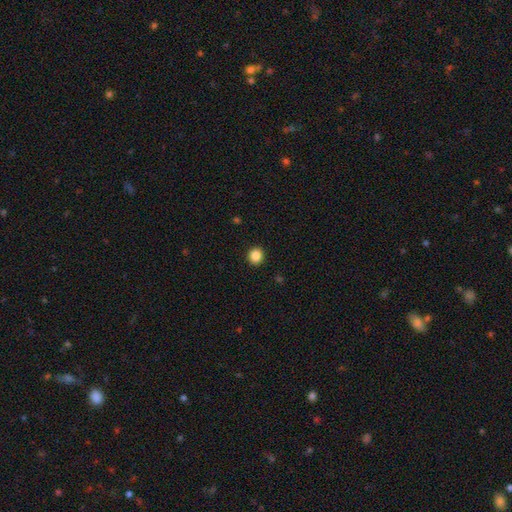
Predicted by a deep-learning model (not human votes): A smooth galaxy with no disk features (86%) that is round (90%). Merging: none (93%).